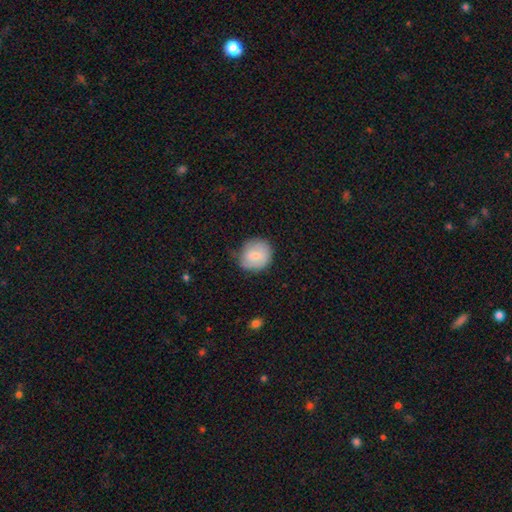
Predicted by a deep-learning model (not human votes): A smooth galaxy with no disk features (76%) that is round (81%).

Vote fractions:
- Smooth or featured? smooth: 76% / featured or disk: 17% / star or artifact: 7%
- How rounded? round: 81% / in between: 18% / cigar-shaped: 1%
- Merging? none: 69% / minor disturbance: 24% / major disturbance: 6% / merger: 1%